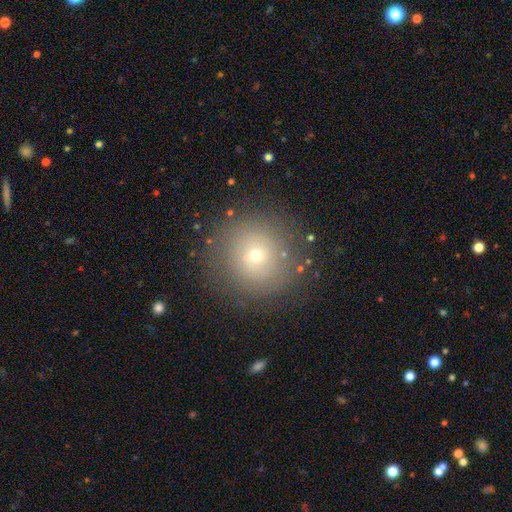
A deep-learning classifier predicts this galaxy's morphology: Q: Smooth or featured?
A: smooth (63%); runner-up: featured or disk (18%)
Q: How rounded?
A: round (94%); runner-up: in between (5%)
Q: Merging?
A: none (85%); runner-up: minor disturbance (9%)